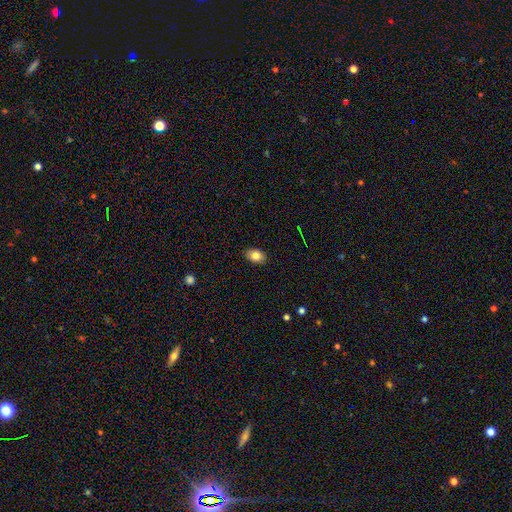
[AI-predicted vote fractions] Smooth or featured? Predicted: smooth (p=0.82). How rounded? Predicted: in between (p=0.84). Merging? Predicted: none (p=0.88).